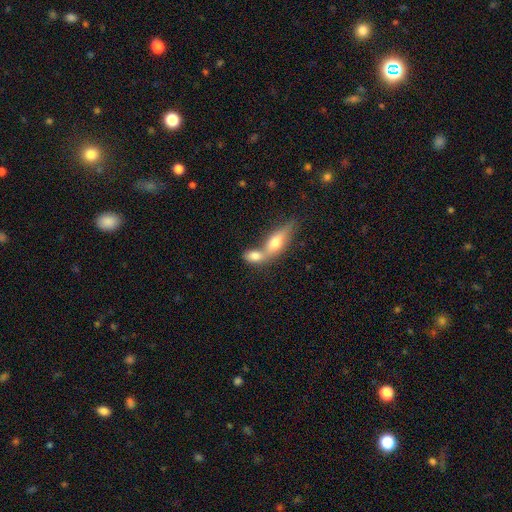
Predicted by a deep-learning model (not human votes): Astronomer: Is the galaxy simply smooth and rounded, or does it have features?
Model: smooth — 67%.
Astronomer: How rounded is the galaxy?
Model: in between — 70%.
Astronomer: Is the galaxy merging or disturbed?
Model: merger — 66%.